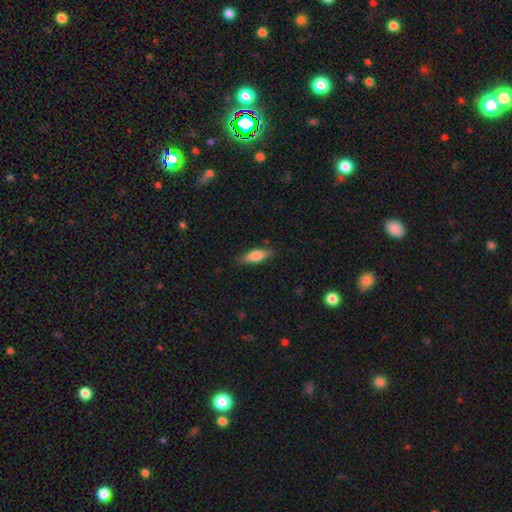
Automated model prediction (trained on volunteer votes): smooth 73%, featured or disk 21%, star or artifact 6%. Down the decision tree: how rounded — cigar-shaped (51%); merging — none (84%).